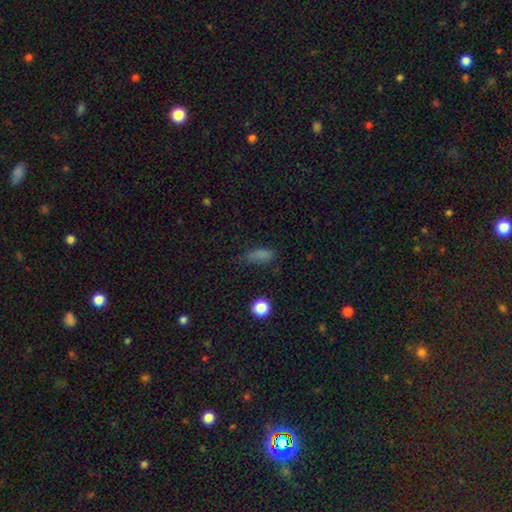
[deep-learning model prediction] The model was most divided on "how rounded": in between: 60%, cigar-shaped: 33%, round: 8%. More confident: smooth or featured — smooth (68%); merging — none (59%).